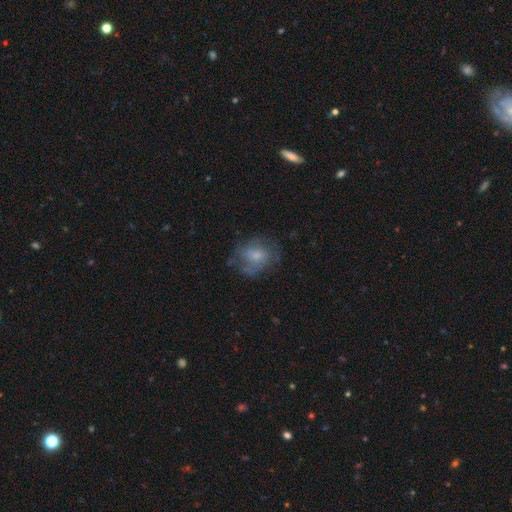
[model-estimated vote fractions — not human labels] Smooth or featured?
  - smooth: 49% *
  - featured or disk: 41%
  - star or artifact: 10%
Merging?
  - none: 54% *
  - minor disturbance: 24%
  - major disturbance: 20%
  - merger: 2%